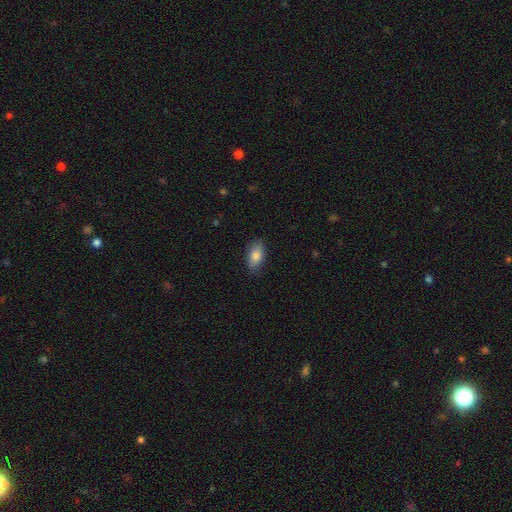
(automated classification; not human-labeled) This is clearly a smooth galaxy (84%). How rounded: clearly in between (91%). Merging: clearly none (83%).